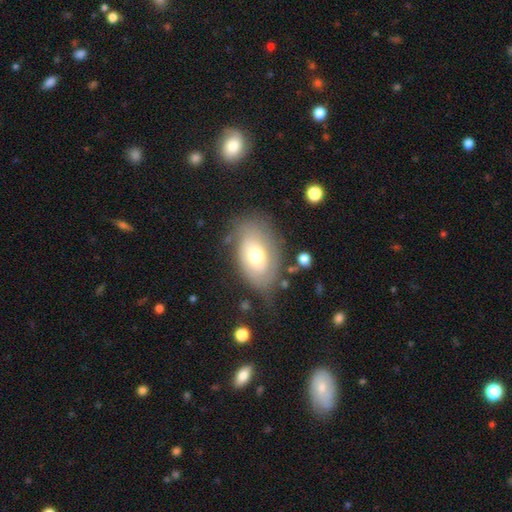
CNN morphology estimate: Smooth or featured? Predicted: smooth (p=0.54). How rounded? Predicted: in between (p=0.89). Merging? Predicted: none (p=0.60).